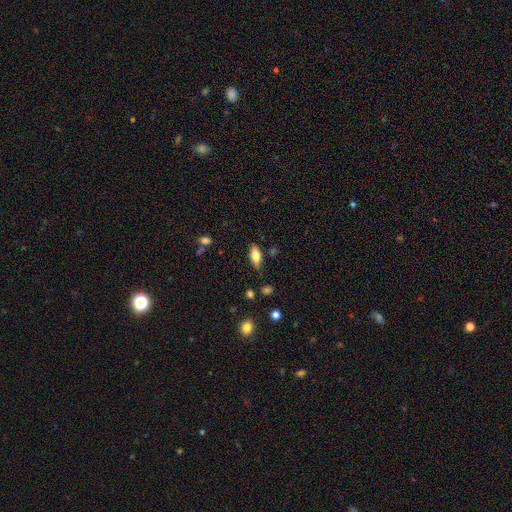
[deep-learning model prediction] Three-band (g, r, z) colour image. It shows a smooth galaxy with no disk features (74%) that is in between round and cigar-shaped (84%). Merging: none (82%).